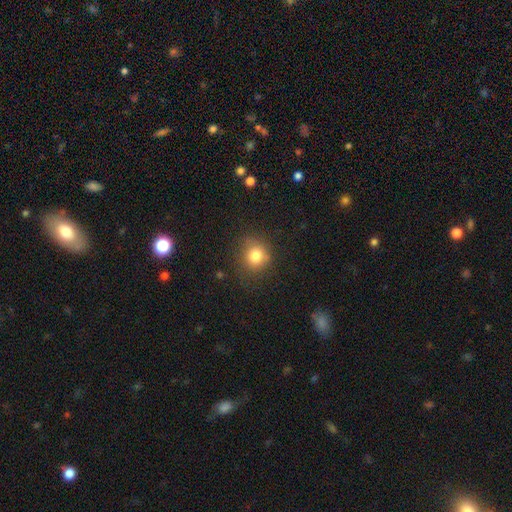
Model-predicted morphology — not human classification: Smooth or featured: smooth — 80% (star or artifact — 12%)
How rounded: round — 83% (in between — 16%)
Merging: none — 74% (minor disturbance — 18%)